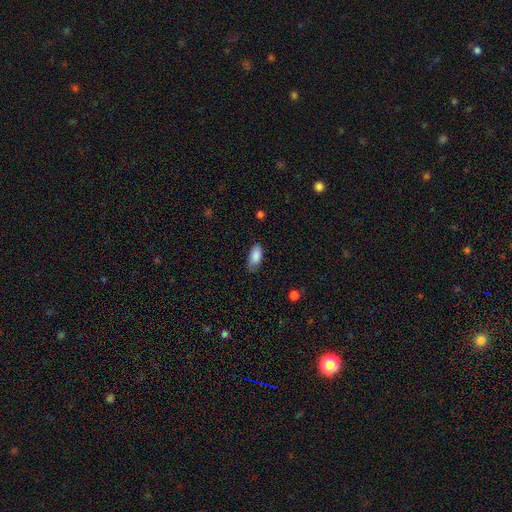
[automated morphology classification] Q: Smooth or featured?
A: smooth (87%); runner-up: star or artifact (7%)
Q: How rounded?
A: in between (90%); runner-up: cigar-shaped (8%)
Q: Merging?
A: none (71%); runner-up: minor disturbance (24%)